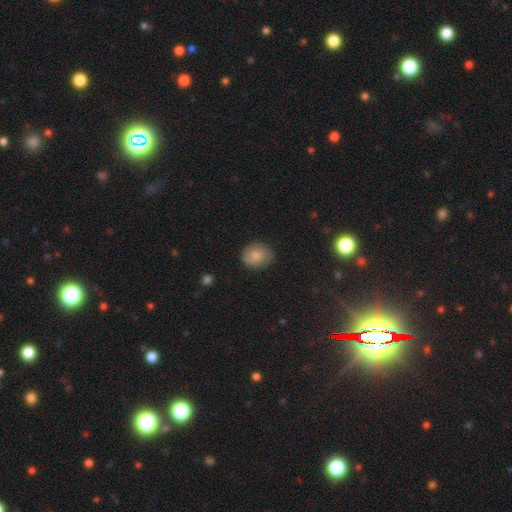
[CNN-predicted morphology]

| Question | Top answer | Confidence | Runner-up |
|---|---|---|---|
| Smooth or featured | smooth | 69% | featured or disk (23%) |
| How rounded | round | 60% | in between (39%) |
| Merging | none | 78% | minor disturbance (17%) |